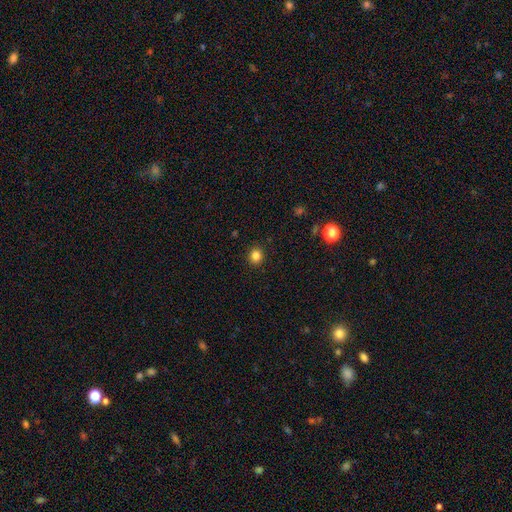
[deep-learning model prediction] This is clearly a smooth galaxy (84%). How rounded: clearly round (81%). Merging: clearly none (91%).